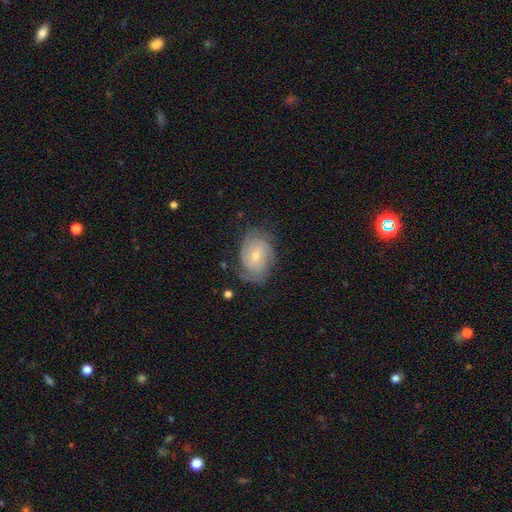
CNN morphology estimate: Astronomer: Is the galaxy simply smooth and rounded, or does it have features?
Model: featured or disk — 75%.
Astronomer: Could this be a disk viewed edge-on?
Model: no — 97%.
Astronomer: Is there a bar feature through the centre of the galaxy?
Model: no — 58% (runner-up: weak, 35%).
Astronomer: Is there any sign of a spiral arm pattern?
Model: yes — 93%.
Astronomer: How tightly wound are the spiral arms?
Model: tight — 63%.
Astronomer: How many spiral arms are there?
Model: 2 — 34% (runner-up: can't tell, 31%).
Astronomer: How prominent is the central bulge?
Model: small — 61% (runner-up: moderate, 36%).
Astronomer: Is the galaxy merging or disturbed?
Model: none — 70%.